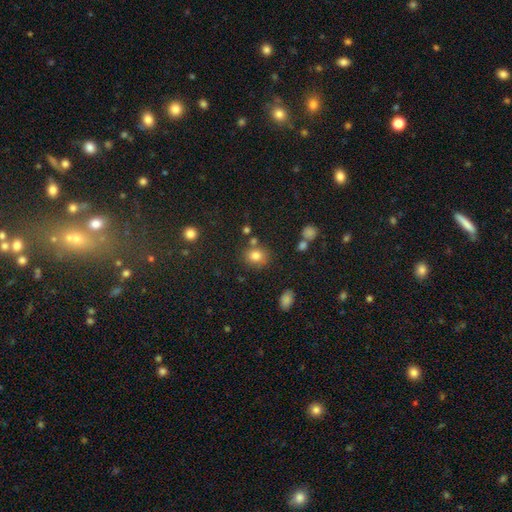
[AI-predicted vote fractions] smooth_or_featured: smooth (p=0.80) [alt: star or artifact p=0.13]
how_rounded: round (p=0.69) [alt: in between p=0.30]
merging: none (p=0.73) [alt: minor disturbance p=0.13]